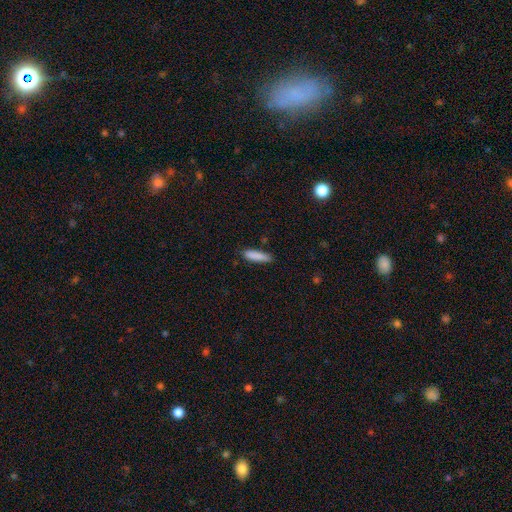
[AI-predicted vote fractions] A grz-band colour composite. It shows a smooth galaxy with no disk features (87%) that is cigar-shaped (76%). Merging: none (83%).